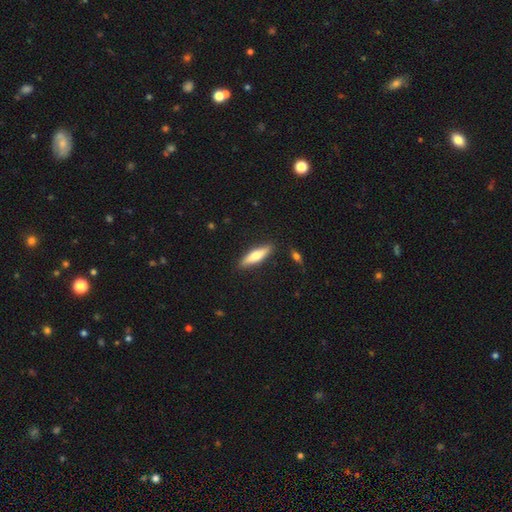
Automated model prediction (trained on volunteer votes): Smooth or featured: smooth — 61% (featured or disk — 33%)
How rounded: cigar-shaped — 70% (in between — 29%)
Merging: none — 88% (minor disturbance — 9%)